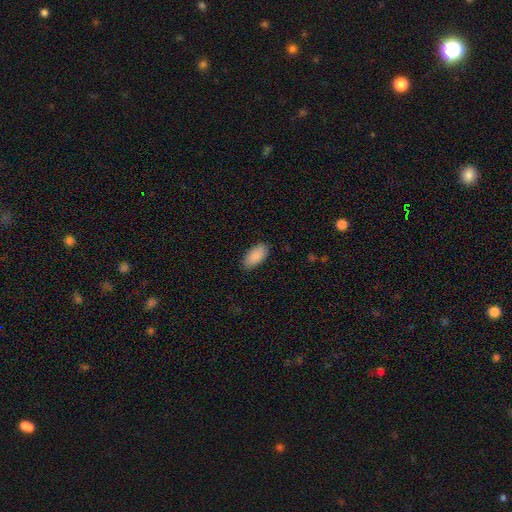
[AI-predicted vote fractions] Morphology: type=smooth (90%); roundness=in between (93%); merging=none (86%).